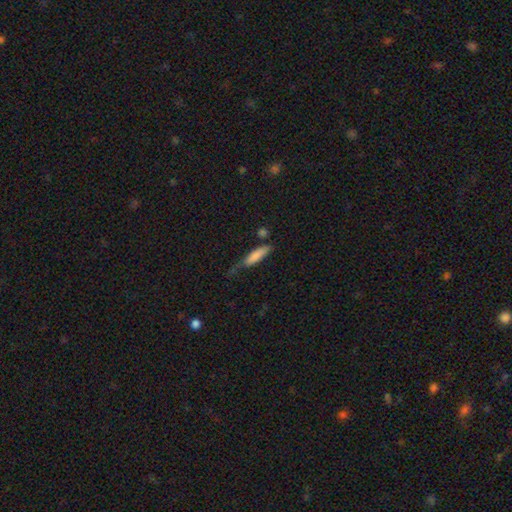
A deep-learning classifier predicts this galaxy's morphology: Smooth or featured? Predicted: smooth (p=0.78). How rounded? Predicted: cigar-shaped (p=0.72). Merging? Predicted: none (p=0.45).